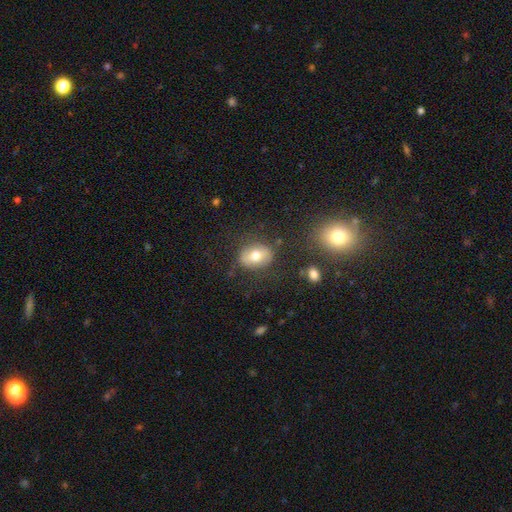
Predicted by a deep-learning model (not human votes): The model was most divided on "how rounded": in between: 63%, round: 36%, cigar-shaped: 2%. More confident: merging — none (77%); smooth or featured — smooth (61%).